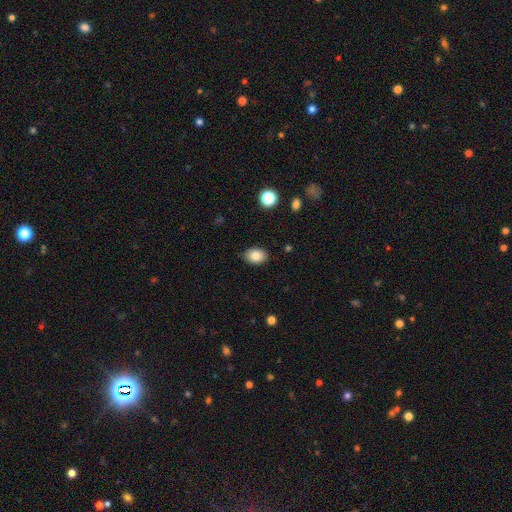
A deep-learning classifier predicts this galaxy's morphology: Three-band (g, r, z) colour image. It shows a smooth galaxy with no disk features (82%) that is in between round and cigar-shaped (77%). Merging: none (87%).